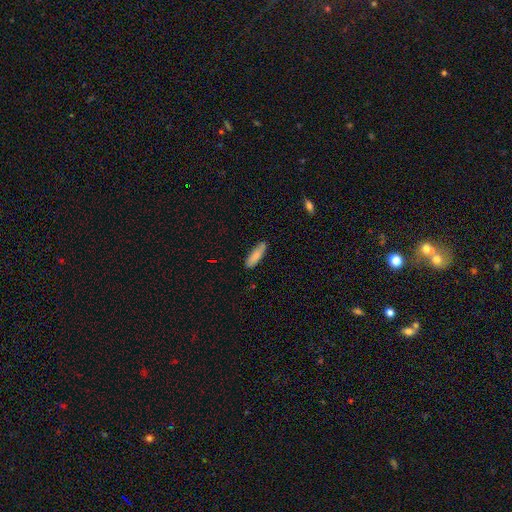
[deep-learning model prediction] A smooth galaxy with no disk features (81%) that is cigar-shaped (59%). Merging: none (75%).